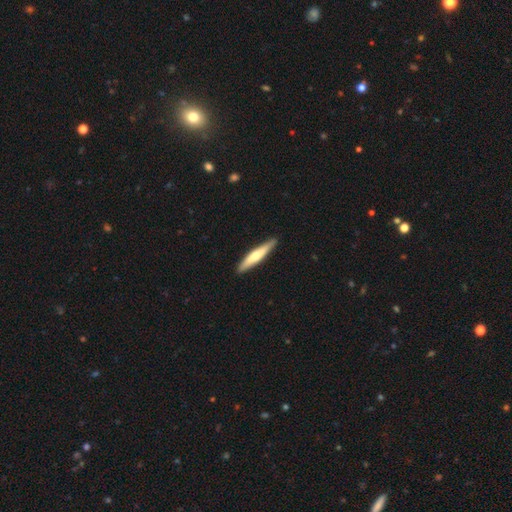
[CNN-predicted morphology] Smooth or featured? Predicted: smooth (p=0.51). How rounded? Predicted: cigar-shaped (p=0.91). Merging? Predicted: none (p=0.90).